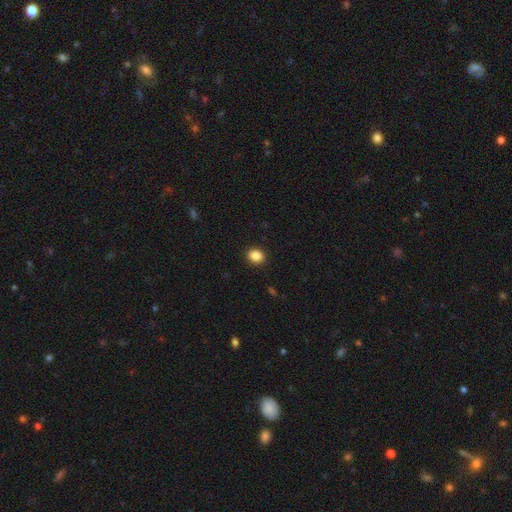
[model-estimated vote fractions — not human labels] Smooth or featured?
  - smooth: 87% *
  - star or artifact: 10%
  - featured or disk: 3%
How rounded?
  - round: 61% *
  - in between: 38%
  - cigar-shaped: 1%
Merging?
  - none: 91% *
  - minor disturbance: 6%
  - major disturbance: 2%
  - merger: 1%